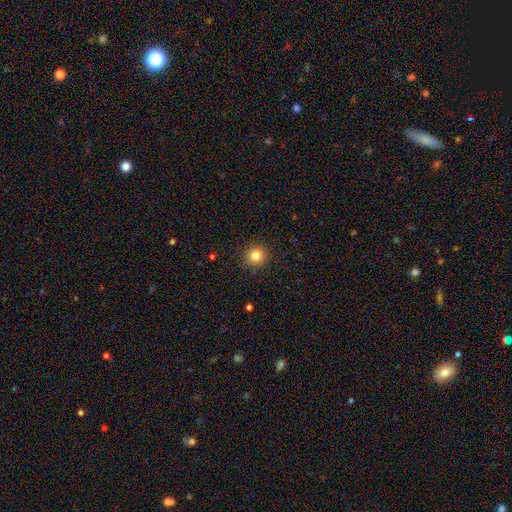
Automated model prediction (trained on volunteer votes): Smooth or featured?
  - smooth: 82% *
  - star or artifact: 12%
  - featured or disk: 6%
How rounded?
  - round: 94% *
  - in between: 5%
  - cigar-shaped: 1%
Merging?
  - none: 92% *
  - minor disturbance: 5%
  - major disturbance: 2%
  - merger: 1%